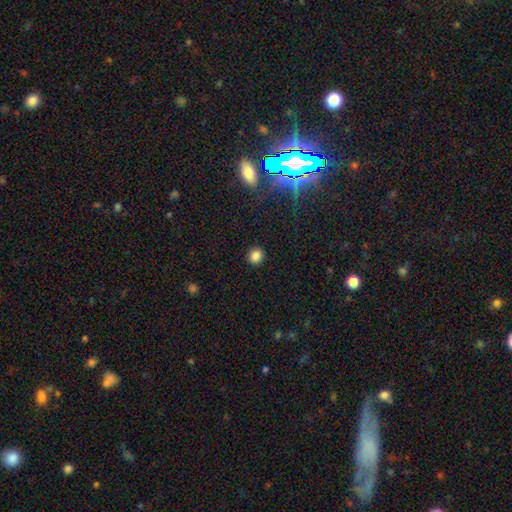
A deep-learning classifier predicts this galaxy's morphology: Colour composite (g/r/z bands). It shows a smooth galaxy with no disk features (85%) that is round (87%). Merging: none (92%).